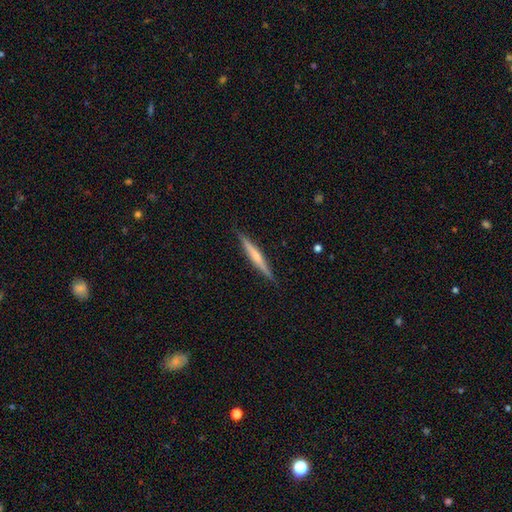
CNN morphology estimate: type=featured or disk (59%); edge-on=yes (97%); edge-on bulge=rounded (50%); merging=none (89%).